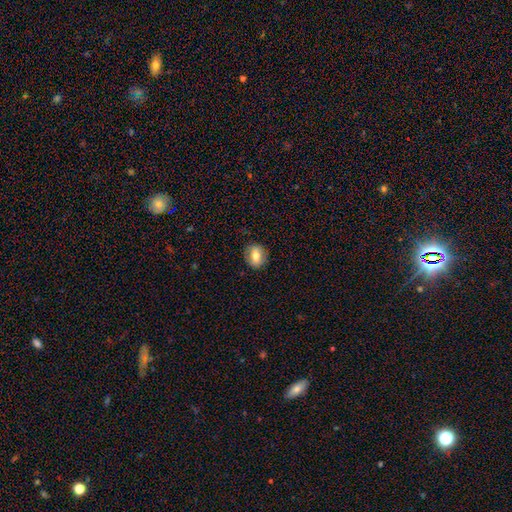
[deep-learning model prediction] Smooth or featured? Predicted: smooth (p=0.70). How rounded? Predicted: round (p=0.61). Merging? Predicted: none (p=0.87).